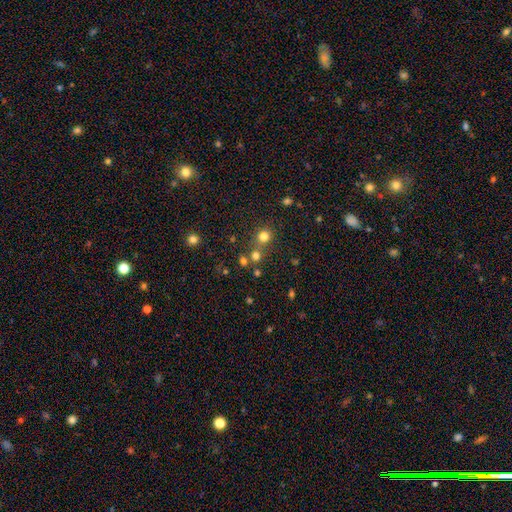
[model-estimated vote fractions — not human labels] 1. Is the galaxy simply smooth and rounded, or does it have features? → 70% smooth, 22% star or artifact, 8% featured or disk.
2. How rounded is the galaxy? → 88% round, 11% in between, 1% cigar-shaped.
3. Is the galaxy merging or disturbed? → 64% none, 26% merger, 7% minor disturbance, 3% major disturbance.